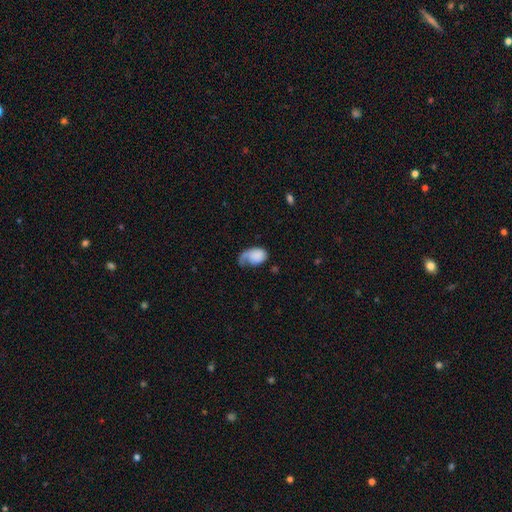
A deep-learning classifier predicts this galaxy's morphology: Smooth or featured? Predicted: smooth (p=0.64). How rounded? Predicted: in between (p=0.81). Merging? Predicted: major disturbance (p=0.41).